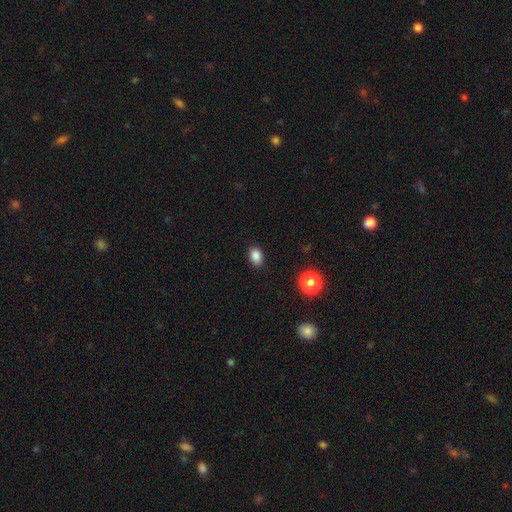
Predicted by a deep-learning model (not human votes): smooth_or_featured: smooth (p=0.85) [alt: star or artifact p=0.11]
how_rounded: in between (p=0.69) [alt: round p=0.30]
merging: none (p=0.88) [alt: minor disturbance p=0.09]